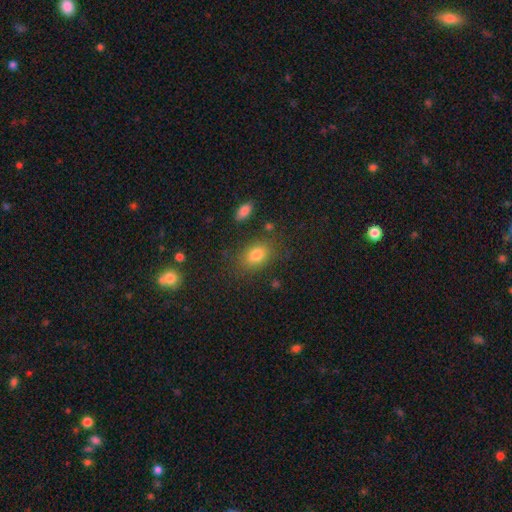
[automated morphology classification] The model was most divided on "how rounded": in between: 77%, round: 21%, cigar-shaped: 2%. More confident: smooth or featured — smooth (80%); merging — none (79%).